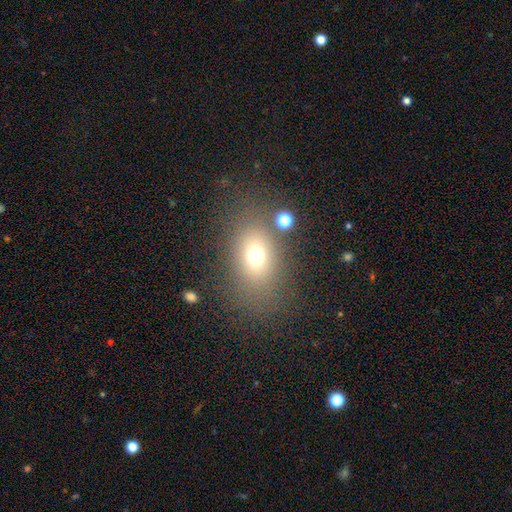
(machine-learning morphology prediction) Smooth or featured?
  - smooth: 69% *
  - star or artifact: 17%
  - featured or disk: 13%
How rounded?
  - in between: 67% *
  - round: 31%
  - cigar-shaped: 2%
Merging?
  - none: 74% *
  - minor disturbance: 12%
  - major disturbance: 9%
  - merger: 5%